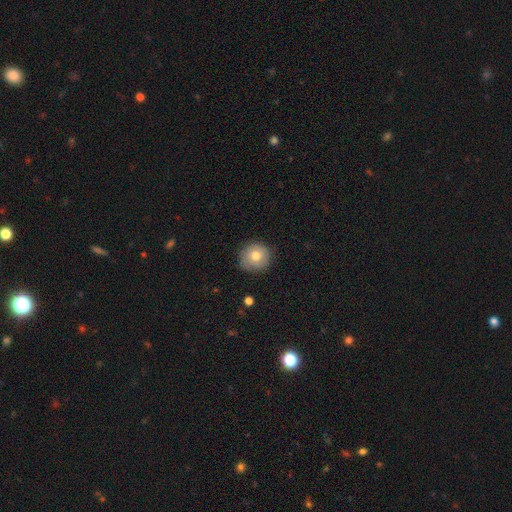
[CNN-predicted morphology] Smooth or featured? Predicted: smooth (p=0.74). How rounded? Predicted: round (p=0.90). Merging? Predicted: none (p=0.78).